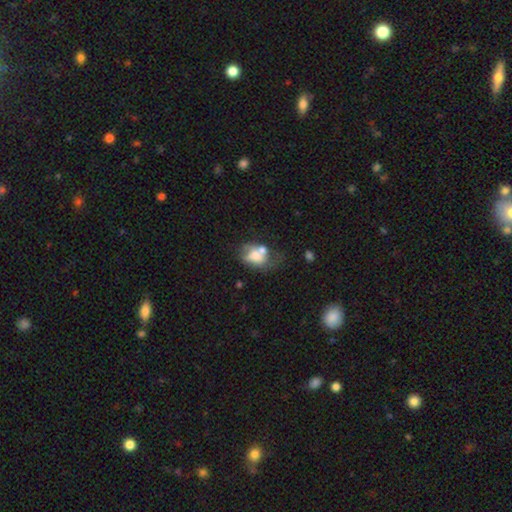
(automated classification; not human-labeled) Q: Smooth or featured?
A: smooth (53%); runner-up: featured or disk (36%)
Q: How rounded?
A: in between (75%); runner-up: round (24%)
Q: Merging?
A: merger (36%); runner-up: major disturbance (23%)